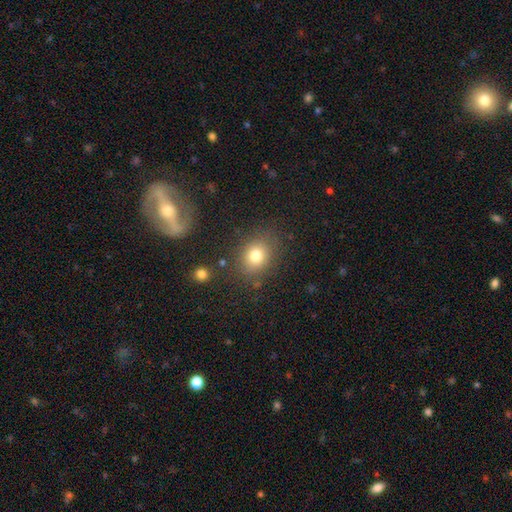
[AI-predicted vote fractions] A smooth galaxy with no disk features (78%) that is round (58%).

Vote fractions:
- Smooth or featured? smooth: 78% / star or artifact: 13% / featured or disk: 9%
- How rounded? round: 58% / in between: 41% / cigar-shaped: 1%
- Merging? none: 80% / minor disturbance: 12% / major disturbance: 5% / merger: 3%